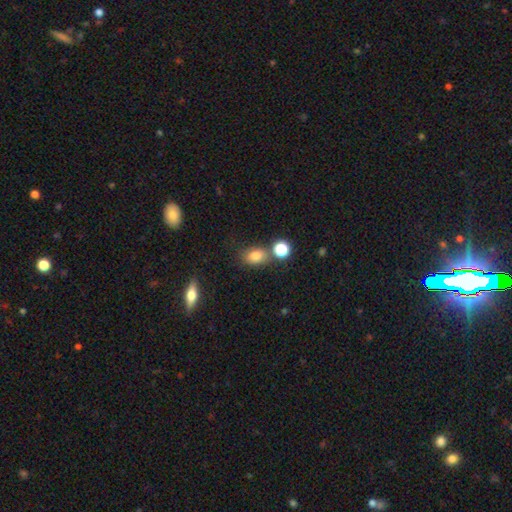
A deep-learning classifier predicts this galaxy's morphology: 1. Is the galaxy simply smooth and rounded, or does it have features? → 79% smooth, 13% star or artifact, 8% featured or disk.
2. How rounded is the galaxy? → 70% in between, 28% round, 2% cigar-shaped.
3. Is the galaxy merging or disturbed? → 66% none, 15% merger, 14% minor disturbance, 5% major disturbance.